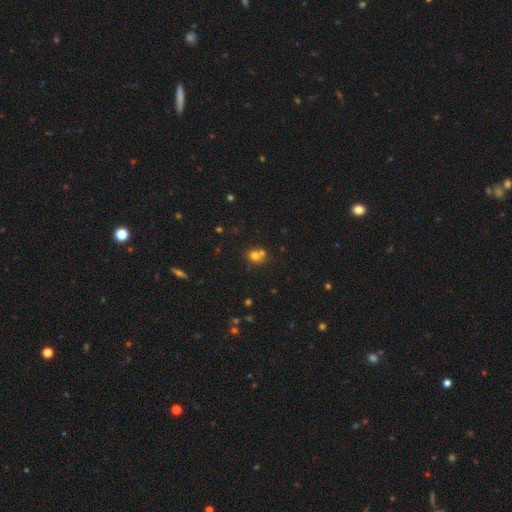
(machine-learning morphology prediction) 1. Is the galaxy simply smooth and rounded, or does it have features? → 72% smooth, 16% star or artifact, 12% featured or disk.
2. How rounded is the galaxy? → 78% round, 21% in between, 1% cigar-shaped.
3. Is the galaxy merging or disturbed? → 46% none, 43% merger, 8% minor disturbance, 3% major disturbance.